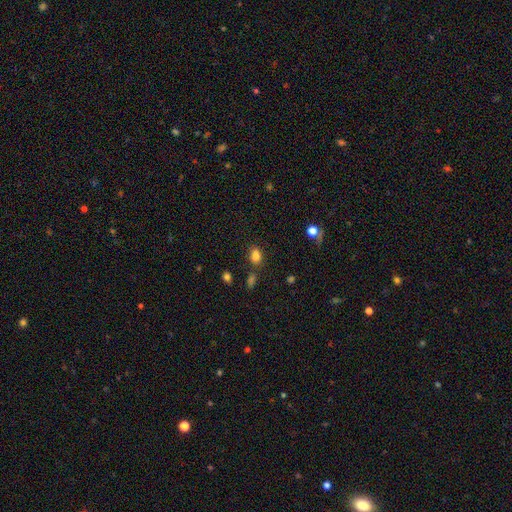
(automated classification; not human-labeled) smooth_or_featured: smooth (p=0.82) [alt: star or artifact p=0.13]
how_rounded: in between (p=0.74) [alt: round p=0.24]
merging: none (p=0.71) [alt: minor disturbance p=0.14]